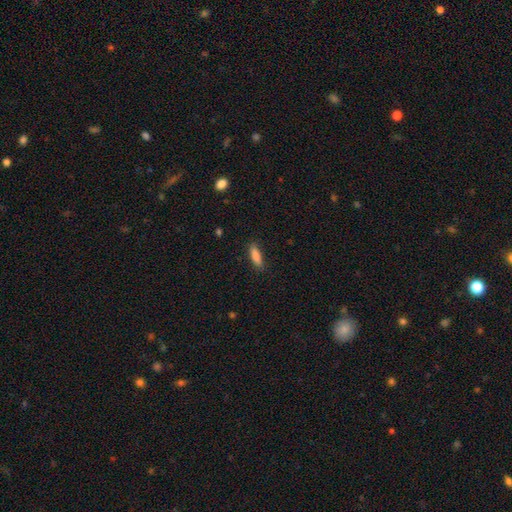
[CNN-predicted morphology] This is clearly a smooth galaxy (85%). How rounded: possibly cigar-shaped (54%). Merging: clearly none (84%).